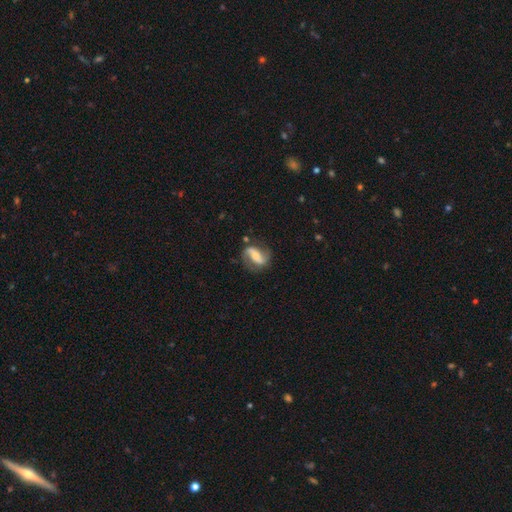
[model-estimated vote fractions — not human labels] This is likely a featured or disk galaxy (78%). It is clearly not viewed edge-on (95%). Bar: possibly strong (46%). Spiral arm pattern: clearly yes (92%). Spiral arm count: clearly 2 (89%). Spiral winding: marginally loose (44%). Central bulge: possibly moderate (48%). Merging: likely none (75%).